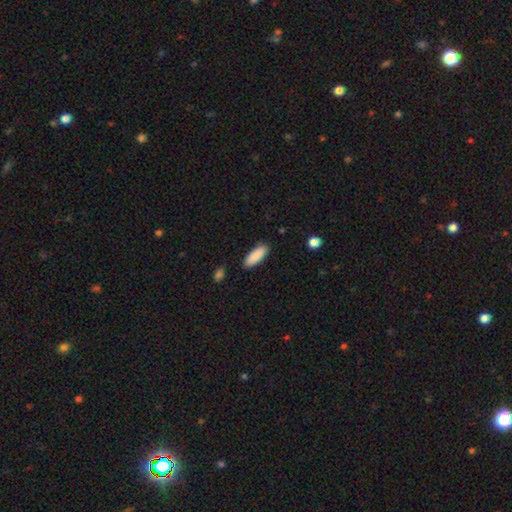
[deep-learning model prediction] Smooth or featured? Predicted: smooth (p=0.89). How rounded? Predicted: in between (p=0.69). Merging? Predicted: none (p=0.87).